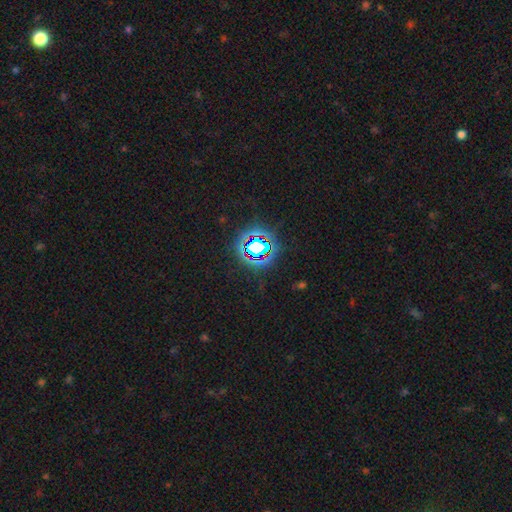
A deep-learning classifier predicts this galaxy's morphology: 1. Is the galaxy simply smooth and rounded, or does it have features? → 79% star or artifact, 13% smooth, 8% featured or disk.